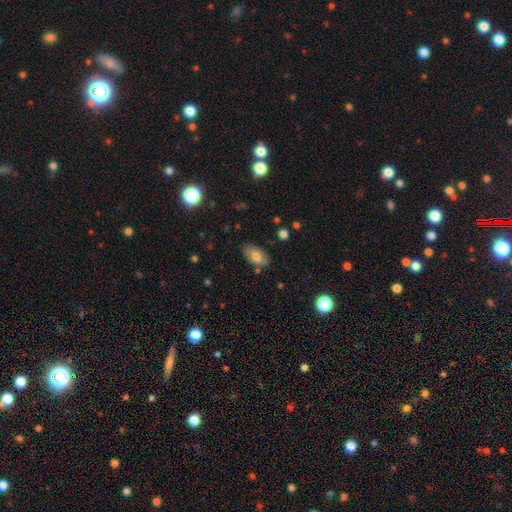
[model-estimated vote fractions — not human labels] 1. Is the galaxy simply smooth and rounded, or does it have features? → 73% smooth, 20% featured or disk, 8% star or artifact.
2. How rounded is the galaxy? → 93% in between, 5% round, 2% cigar-shaped.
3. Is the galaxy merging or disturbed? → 79% none, 15% minor disturbance, 3% major disturbance, 2% merger.